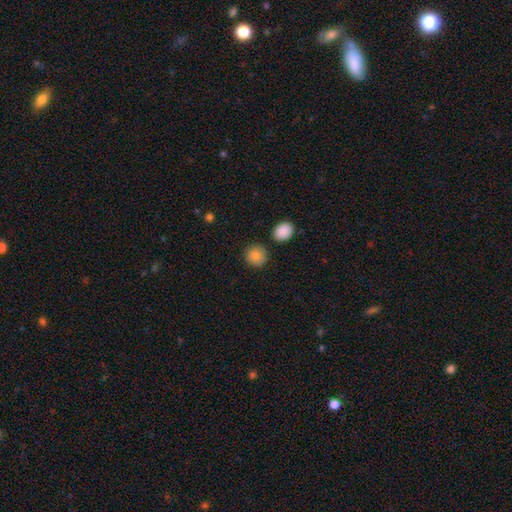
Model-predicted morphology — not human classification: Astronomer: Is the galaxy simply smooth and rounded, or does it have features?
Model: smooth — 85%.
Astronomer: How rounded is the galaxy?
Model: round — 90%.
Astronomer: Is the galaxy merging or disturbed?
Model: none — 85%.